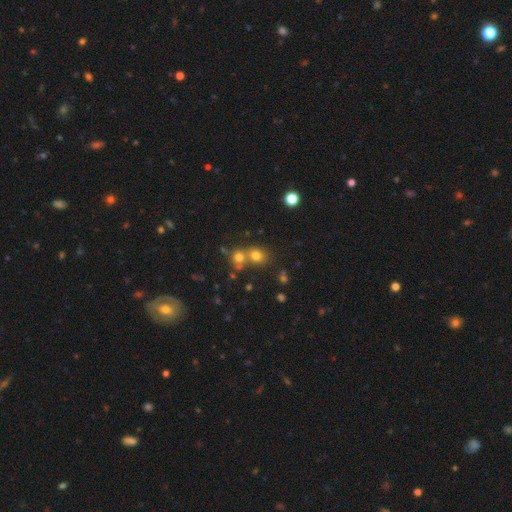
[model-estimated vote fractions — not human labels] Q: Smooth or featured?
A: smooth (68%); runner-up: star or artifact (22%)
Q: How rounded?
A: round (76%); runner-up: in between (23%)
Q: Merging?
A: none (47%); runner-up: merger (43%)